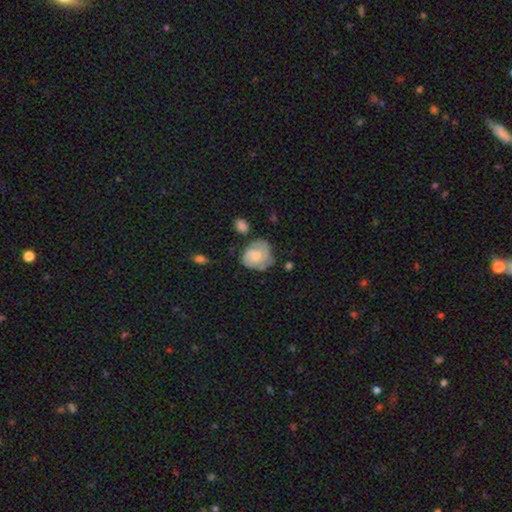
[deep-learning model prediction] The model was most divided on "bulge size": moderate: 37%, small: 35%, none: 17%, large: 10%, dominant: 2%. More confident: edge-on disk — no (98%); spiral arms — yes (90%); bar — no (69%); smooth or featured — featured or disk (66%); merging — none (58%); spiral winding — tight (56%); spiral arm count — 2 (51%).